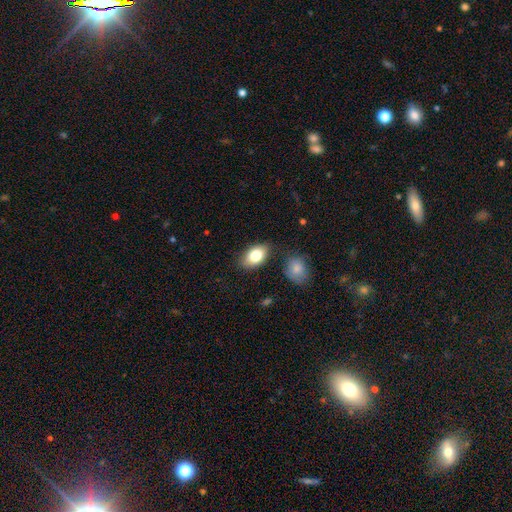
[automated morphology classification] smooth 81%, featured or disk 12%, star or artifact 8%. Down the decision tree: how rounded — in between (89%); merging — none (80%).